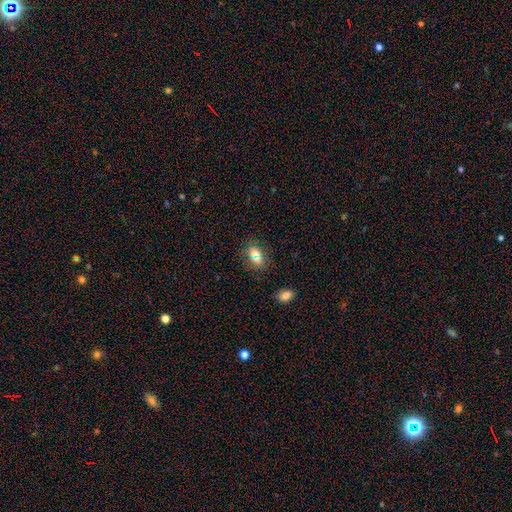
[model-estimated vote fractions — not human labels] Overall: smooth (73%). How rounded: in between (73%). Merging: none (68%).